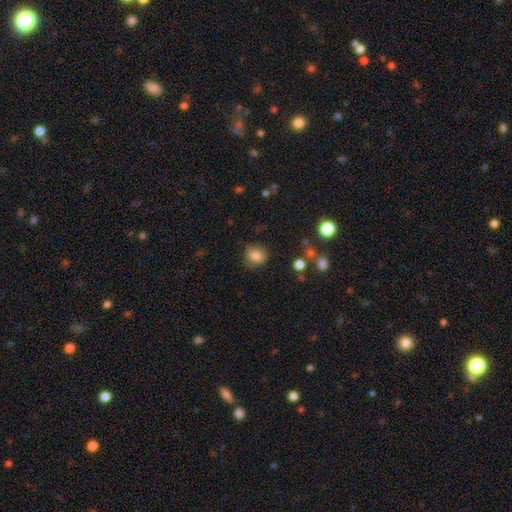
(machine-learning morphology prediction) Overall: smooth (81%). How rounded: in between (52%; round 46%). Merging: none (76%).